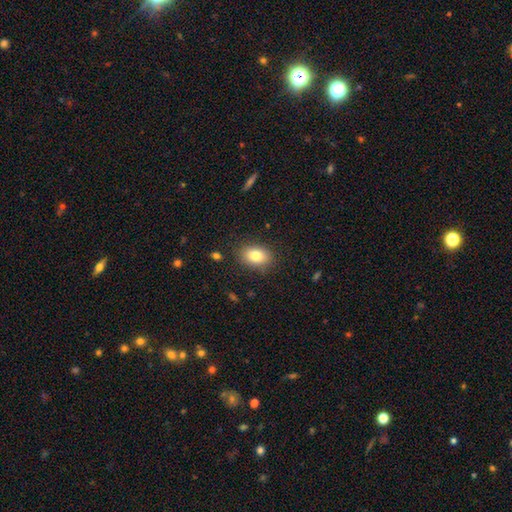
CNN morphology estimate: Overall: smooth (83%). How rounded: in between (81%). Merging: none (85%).